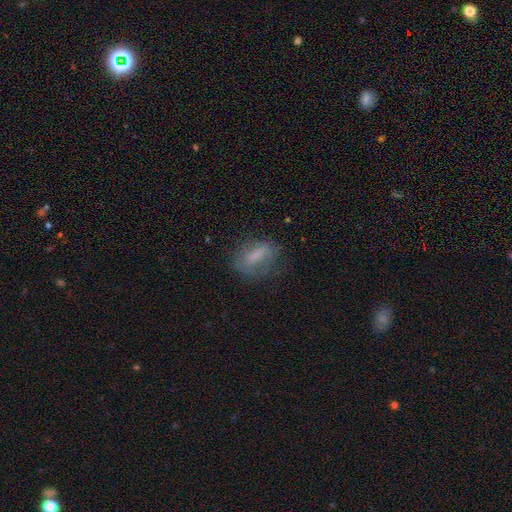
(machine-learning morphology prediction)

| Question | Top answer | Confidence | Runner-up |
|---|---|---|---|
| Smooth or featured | smooth | 57% | featured or disk (33%) |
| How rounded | in between | 69% | round (15%) |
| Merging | none | 64% | minor disturbance (22%) |